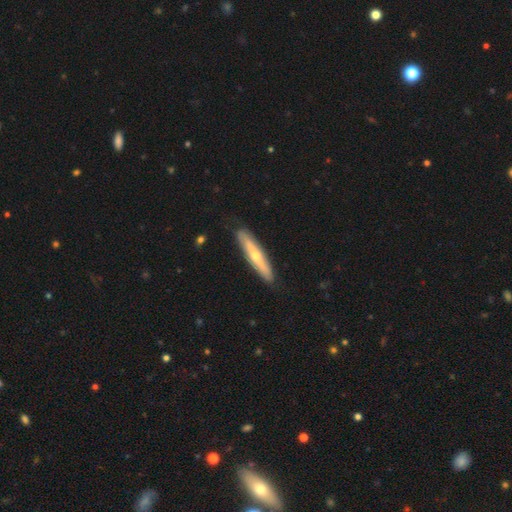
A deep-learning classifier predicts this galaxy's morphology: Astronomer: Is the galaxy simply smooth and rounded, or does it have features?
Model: featured or disk — 54% (runner-up: smooth, 40%).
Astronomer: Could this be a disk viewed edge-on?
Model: yes — 86%.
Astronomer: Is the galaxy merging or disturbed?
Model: none — 87%.